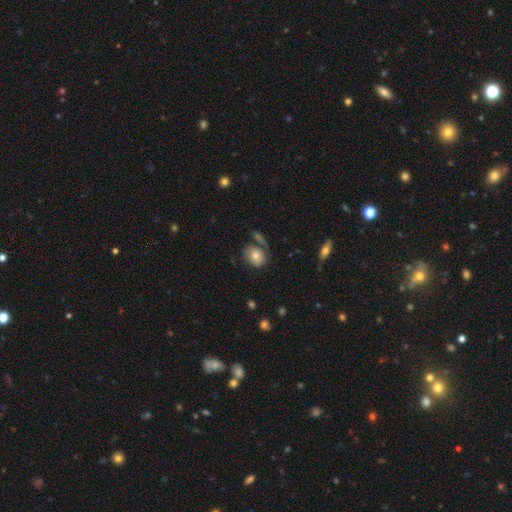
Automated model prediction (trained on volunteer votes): Q: Smooth or featured?
A: smooth (75%); runner-up: featured or disk (16%)
Q: How rounded?
A: round (53%); runner-up: in between (46%)
Q: Merging?
A: none (58%); runner-up: minor disturbance (18%)